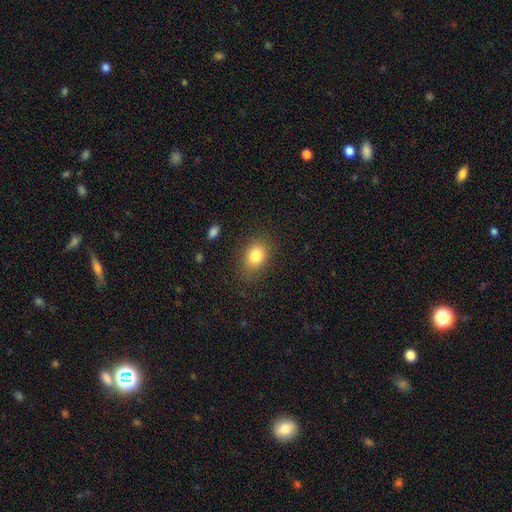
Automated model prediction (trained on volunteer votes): Q: Smooth or featured?
A: smooth (82%); runner-up: star or artifact (10%)
Q: How rounded?
A: in between (67%); runner-up: round (32%)
Q: Merging?
A: none (81%); runner-up: minor disturbance (13%)